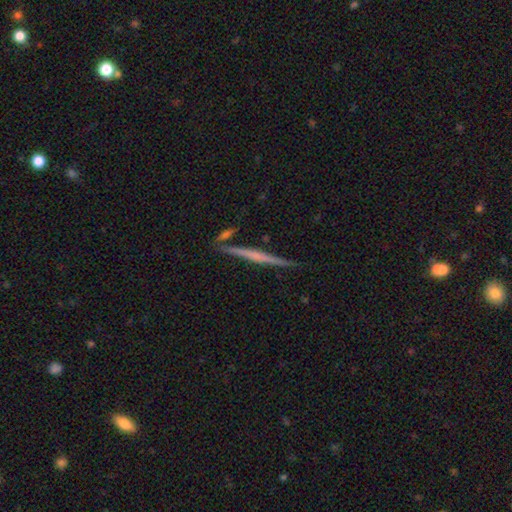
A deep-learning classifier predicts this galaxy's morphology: type=featured or disk (63%); edge-on=yes (98%); edge-on bulge=none (71%); merging=none (85%).